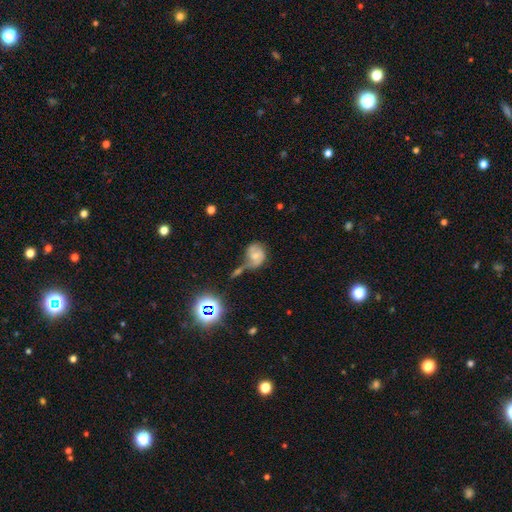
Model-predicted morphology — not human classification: Smooth or featured?
  - smooth: 45% *
  - featured or disk: 41%
  - star or artifact: 14%
Merging?
  - merger: 33% *
  - none: 29%
  - minor disturbance: 21%
  - major disturbance: 17%